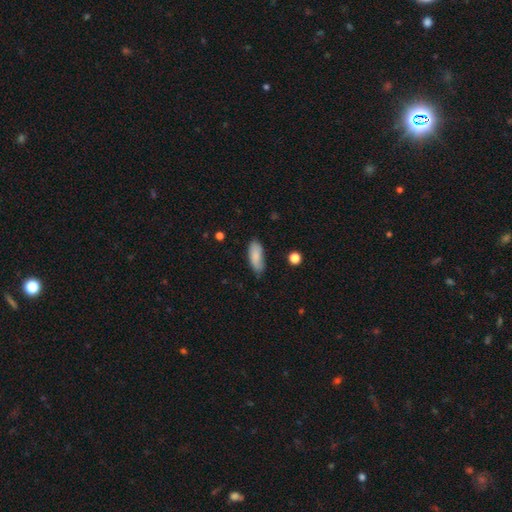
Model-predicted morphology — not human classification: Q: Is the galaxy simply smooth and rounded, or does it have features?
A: smooth — 83%.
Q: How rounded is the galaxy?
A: in between — 76%.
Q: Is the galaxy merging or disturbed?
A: none — 73%.